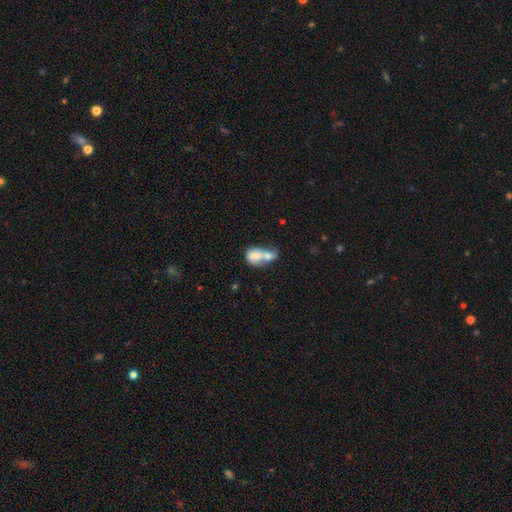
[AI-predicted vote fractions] smooth 65%, featured or disk 27%, star or artifact 8%. Down the decision tree: how rounded — in between (74%); merging — merger (72%).